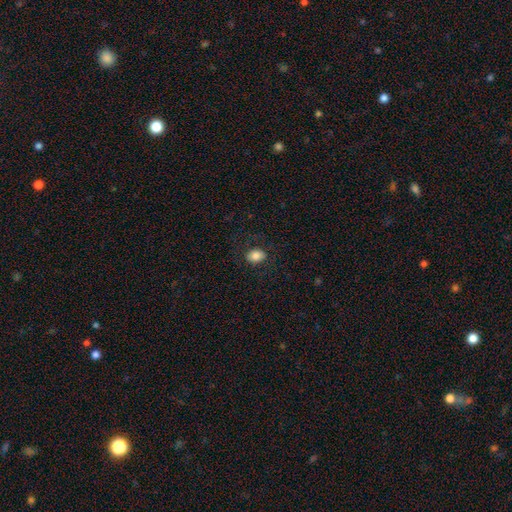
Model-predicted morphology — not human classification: A smooth galaxy with no disk features (82%) that is in between round and cigar-shaped (62%). Merging: none (84%).